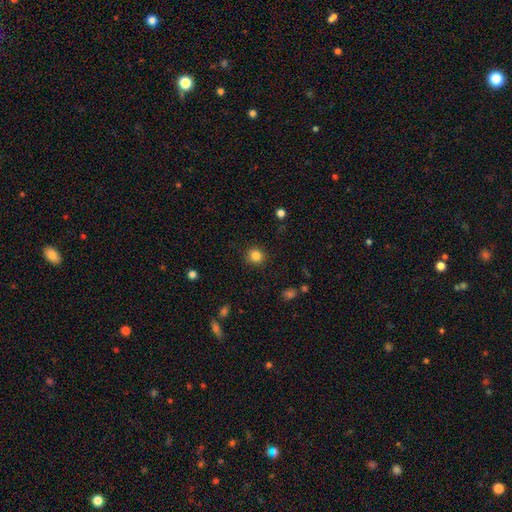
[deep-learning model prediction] Morphology: type=smooth (84%); roundness=round (90%); merging=none (90%).